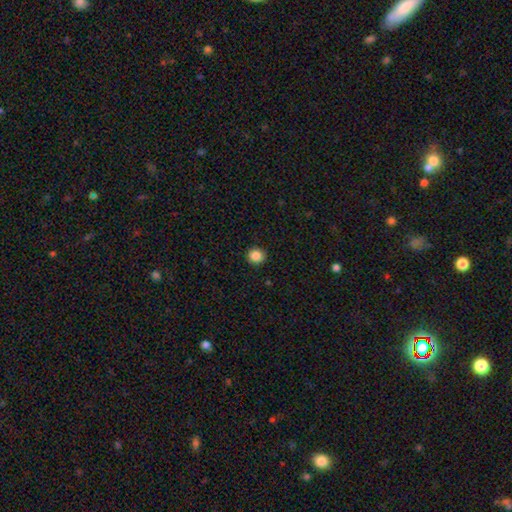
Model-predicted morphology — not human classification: Overall: smooth (86%). How rounded: round (89%). Merging: none (91%).